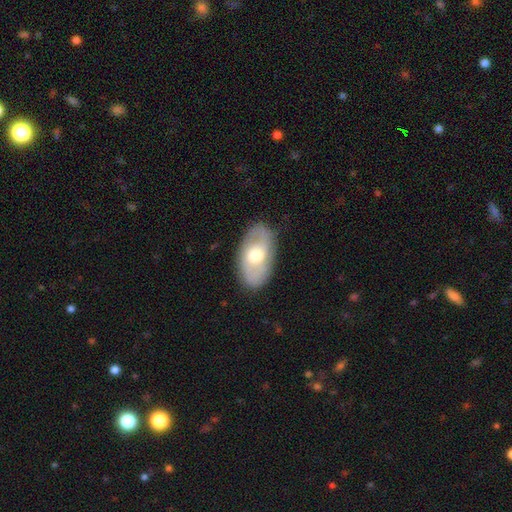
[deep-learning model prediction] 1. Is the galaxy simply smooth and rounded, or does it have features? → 53% featured or disk, 41% smooth, 6% star or artifact.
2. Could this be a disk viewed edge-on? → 91% no, 9% yes.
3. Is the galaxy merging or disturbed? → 83% none, 12% minor disturbance, 4% major disturbance, 1% merger.